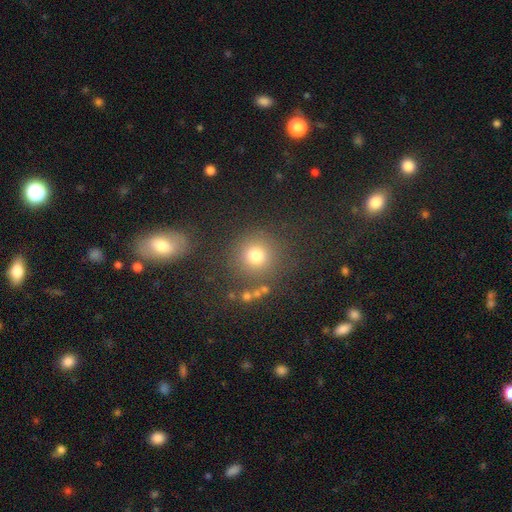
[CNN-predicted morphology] Smooth or featured? smooth (76%)
How rounded? round (92%)
Merging? none (82%)